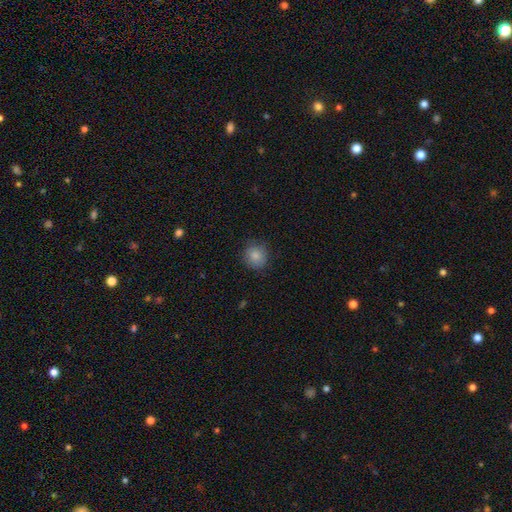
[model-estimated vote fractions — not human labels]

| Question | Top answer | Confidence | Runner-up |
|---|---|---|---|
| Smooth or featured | smooth | 85% | star or artifact (9%) |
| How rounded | round | 88% | in between (12%) |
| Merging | none | 83% | minor disturbance (13%) |